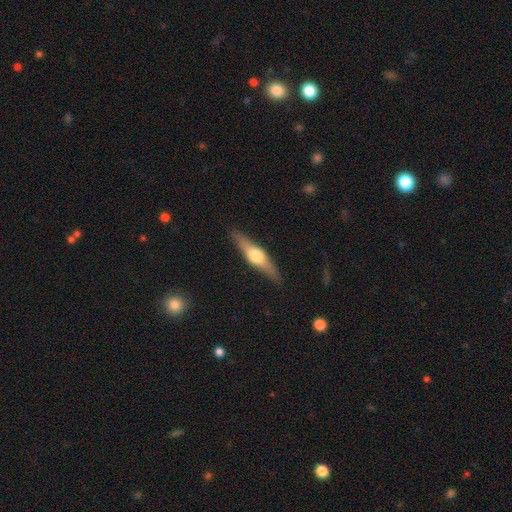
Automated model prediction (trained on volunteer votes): A featured or disk galaxy (62%) viewed edge-on (94%) with a rounded central bulge (94%). Merging: none (89%).